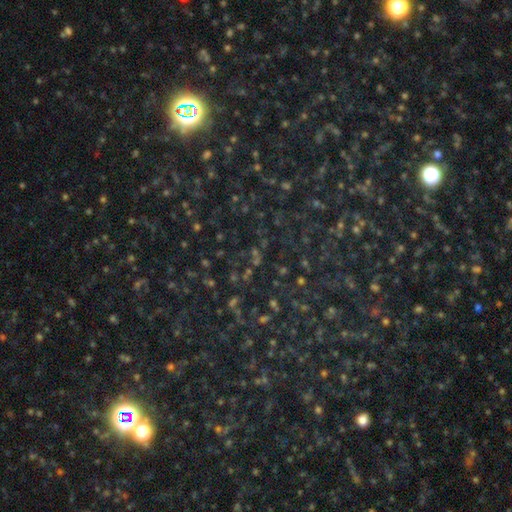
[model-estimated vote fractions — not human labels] A star or artifact, not a galaxy (74%).

Vote fractions:
- Smooth or featured? star or artifact: 74% / smooth: 18% / featured or disk: 8%